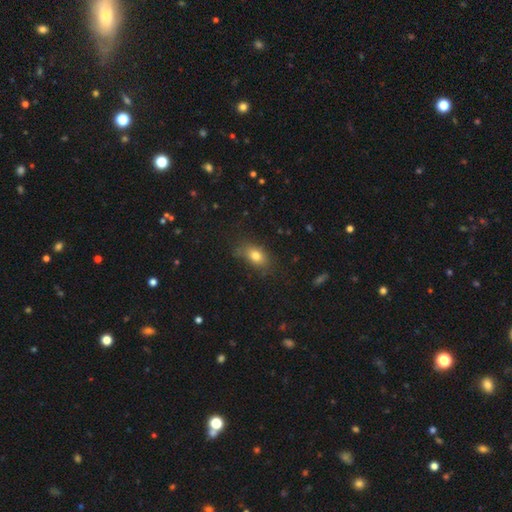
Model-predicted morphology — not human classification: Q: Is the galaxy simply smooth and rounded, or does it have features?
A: smooth — 80%.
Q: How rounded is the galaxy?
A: in between — 82%.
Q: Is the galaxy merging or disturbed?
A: none — 71%.